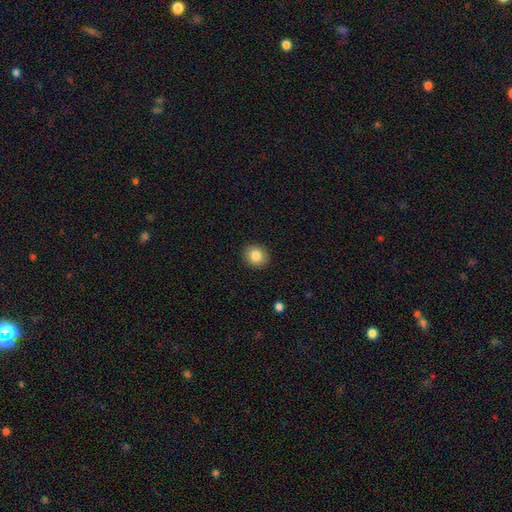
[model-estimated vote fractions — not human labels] Overall: smooth (84%). How rounded: round (74%). Merging: none (90%).